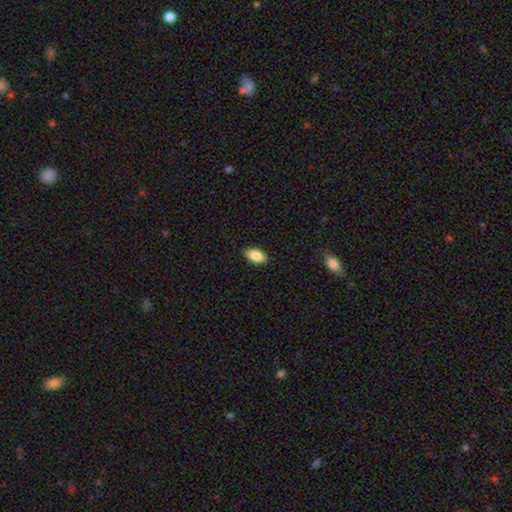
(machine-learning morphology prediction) Overall: smooth (86%). How rounded: in between (93%). Merging: none (90%).